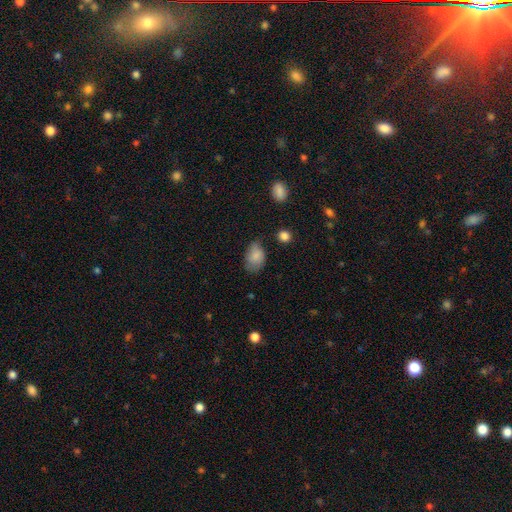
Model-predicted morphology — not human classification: This is clearly a smooth galaxy (82%). How rounded: clearly in between (85%). Merging: possibly none (53%).